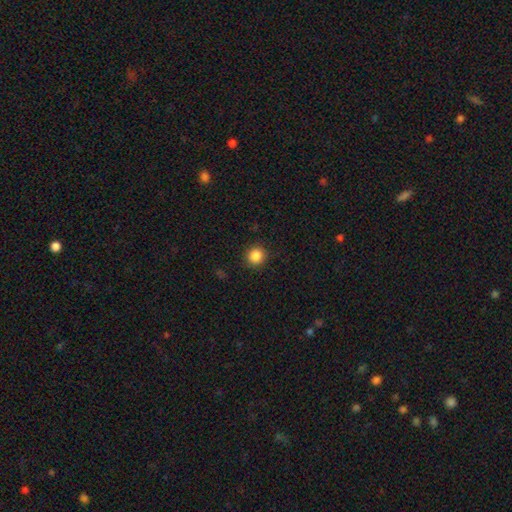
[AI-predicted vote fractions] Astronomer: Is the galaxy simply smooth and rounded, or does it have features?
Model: smooth — 86%.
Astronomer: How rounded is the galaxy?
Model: round — 92%.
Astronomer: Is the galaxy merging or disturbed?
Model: none — 91%.